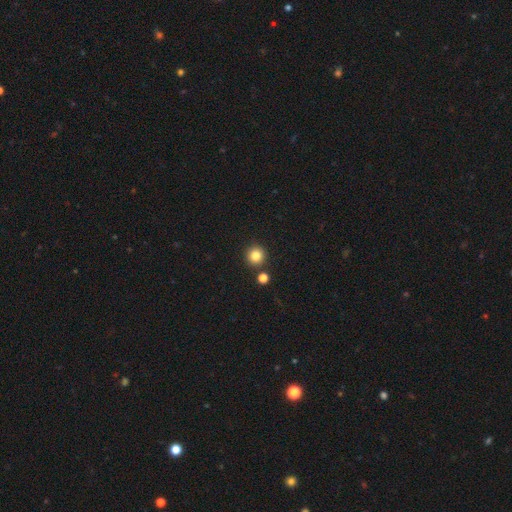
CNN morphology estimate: Smooth or featured? Predicted: smooth (p=0.83). How rounded? Predicted: round (p=0.94). Merging? Predicted: none (p=0.87).